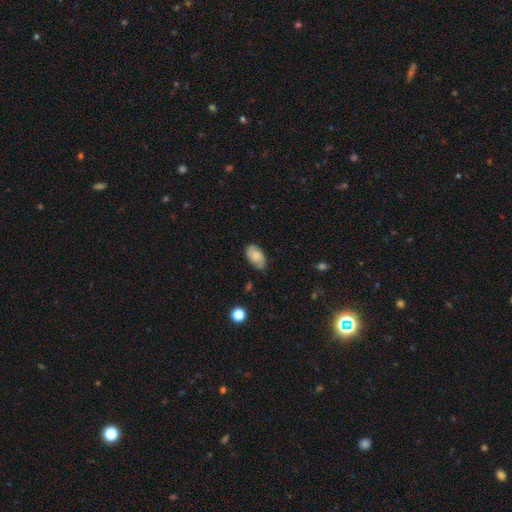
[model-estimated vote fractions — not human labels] This is possibly a smooth galaxy (59%). How rounded: clearly in between (92%). Merging: likely none (74%).